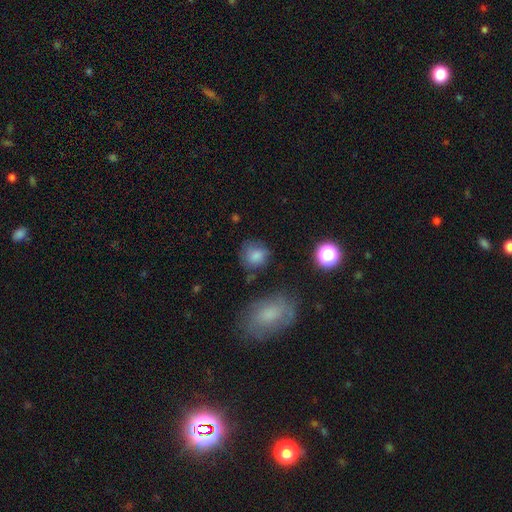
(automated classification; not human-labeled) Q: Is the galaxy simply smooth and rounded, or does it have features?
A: smooth — 77%.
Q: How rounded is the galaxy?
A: round — 78%.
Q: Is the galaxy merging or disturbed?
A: none — 65%.